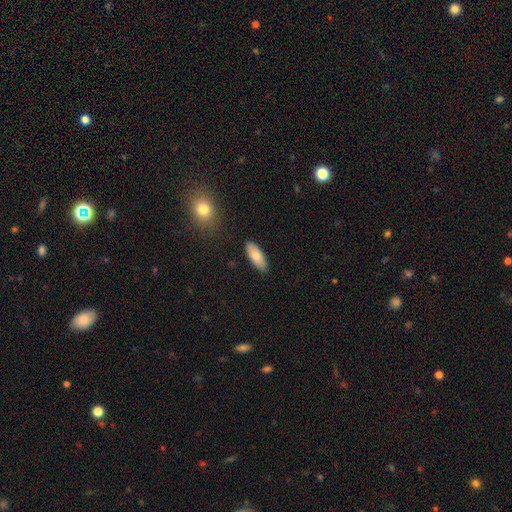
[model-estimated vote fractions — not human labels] Smooth or featured?
  - smooth: 76% *
  - featured or disk: 17%
  - star or artifact: 6%
How rounded?
  - in between: 80% *
  - cigar-shaped: 17%
  - round: 2%
Merging?
  - none: 86% *
  - minor disturbance: 11%
  - major disturbance: 2%
  - merger: 2%